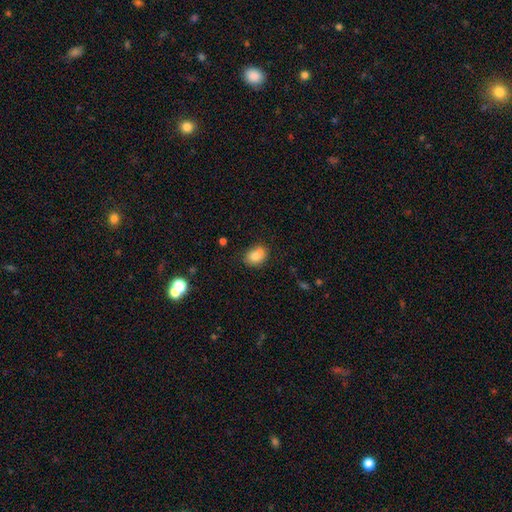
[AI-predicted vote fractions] Smooth or featured: smooth — 79% (featured or disk — 11%)
How rounded: in between — 62% (round — 37%)
Merging: none — 62% (minor disturbance — 20%)